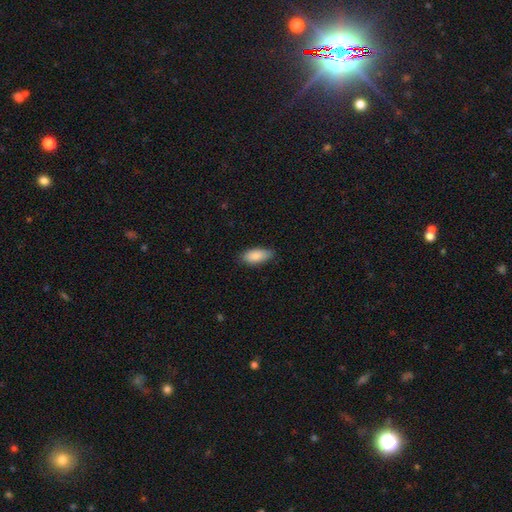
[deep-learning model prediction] Smooth or featured? smooth (89%)
How rounded? in between (88%)
Merging? none (78%)